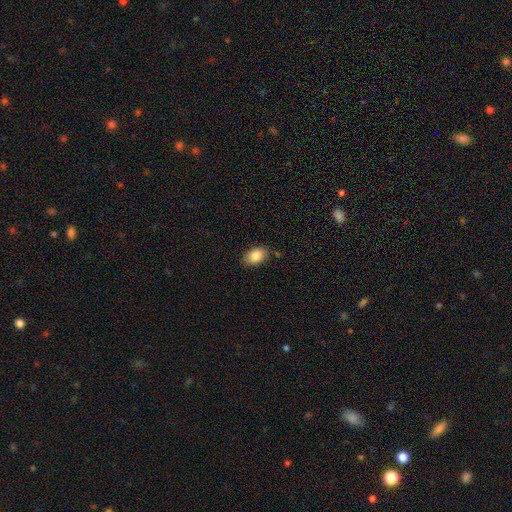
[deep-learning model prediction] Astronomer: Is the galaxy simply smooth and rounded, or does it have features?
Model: smooth — 86%.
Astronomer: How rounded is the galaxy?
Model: in between — 89%.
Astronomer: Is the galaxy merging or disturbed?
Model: none — 82%.